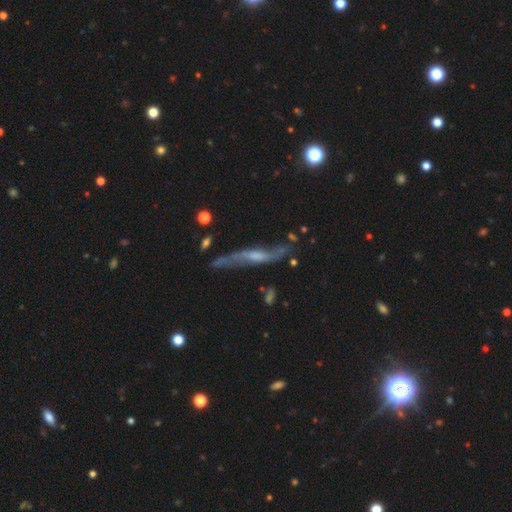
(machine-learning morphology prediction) A featured or disk galaxy (76%) viewed edge-on (59%). Merging: none (67%).